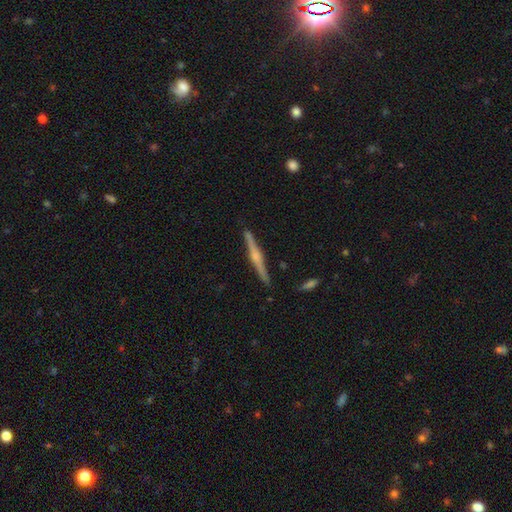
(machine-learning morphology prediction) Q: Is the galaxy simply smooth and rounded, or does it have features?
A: featured or disk — 79%.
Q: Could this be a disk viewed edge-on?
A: yes — 98%.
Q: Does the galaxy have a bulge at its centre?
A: rounded — 82%.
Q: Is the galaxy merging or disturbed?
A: none — 91%.